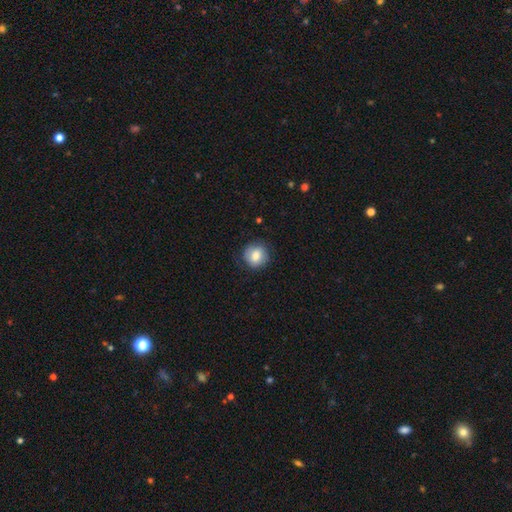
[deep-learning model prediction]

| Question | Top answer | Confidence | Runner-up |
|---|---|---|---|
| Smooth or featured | smooth | 75% | featured or disk (17%) |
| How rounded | round | 87% | in between (12%) |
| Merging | none | 81% | minor disturbance (14%) |